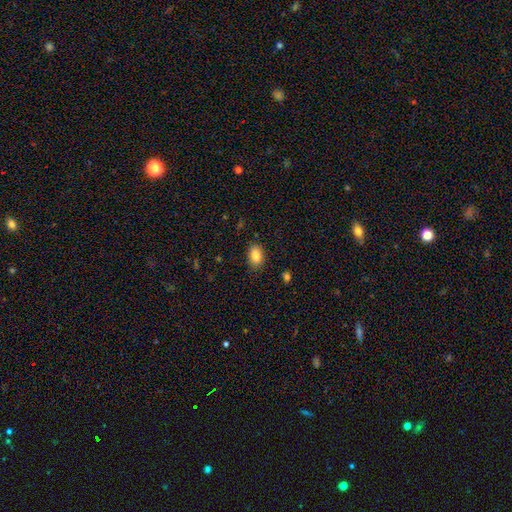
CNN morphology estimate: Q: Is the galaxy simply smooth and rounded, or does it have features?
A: smooth — 86%.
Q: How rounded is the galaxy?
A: in between — 88%.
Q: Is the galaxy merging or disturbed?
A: none — 86%.